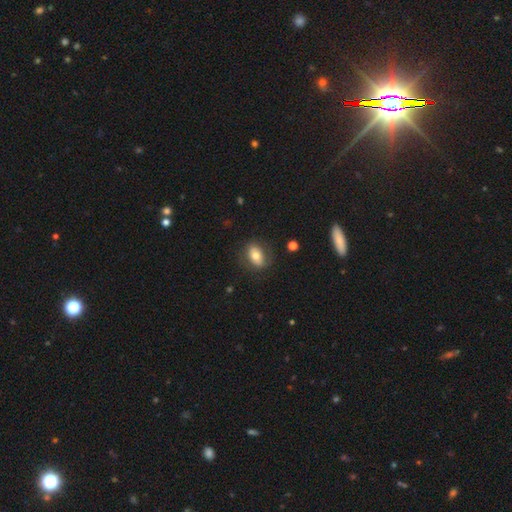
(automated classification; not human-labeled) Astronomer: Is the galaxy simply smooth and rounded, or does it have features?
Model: smooth — 70%.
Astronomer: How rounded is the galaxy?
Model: in between — 82%.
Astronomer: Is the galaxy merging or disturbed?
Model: none — 79%.